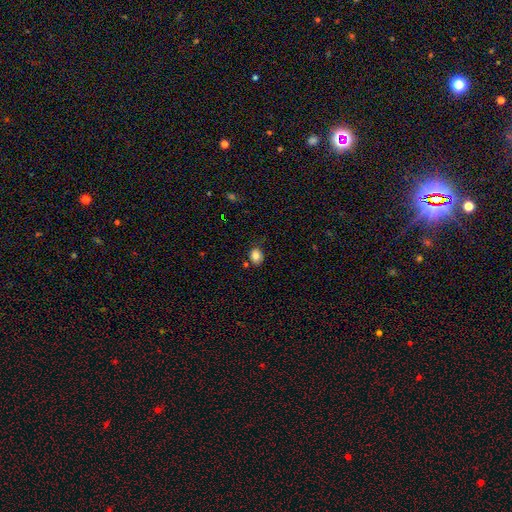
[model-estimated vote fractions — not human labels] Smooth or featured: smooth — 83% (star or artifact — 10%)
How rounded: round — 55% (in between — 44%)
Merging: none — 78% (minor disturbance — 15%)